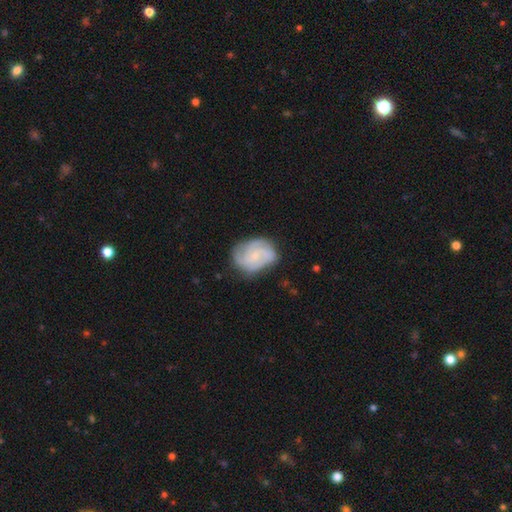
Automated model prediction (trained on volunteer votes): Q: Smooth or featured?
A: featured or disk (76%); runner-up: smooth (18%)
Q: Edge-on disk?
A: no (98%); runner-up: yes (2%)
Q: Bar?
A: no (61%); runner-up: weak (34%)
Q: Spiral arms?
A: yes (95%); runner-up: no (5%)
Q: Spiral winding?
A: tight (49%); runner-up: medium (42%)
Q: Spiral arm count?
A: 3 (48%); runner-up: 2 (21%)
Q: Bulge size?
A: small (60%); runner-up: moderate (22%)
Q: Merging?
A: none (70%); runner-up: minor disturbance (22%)